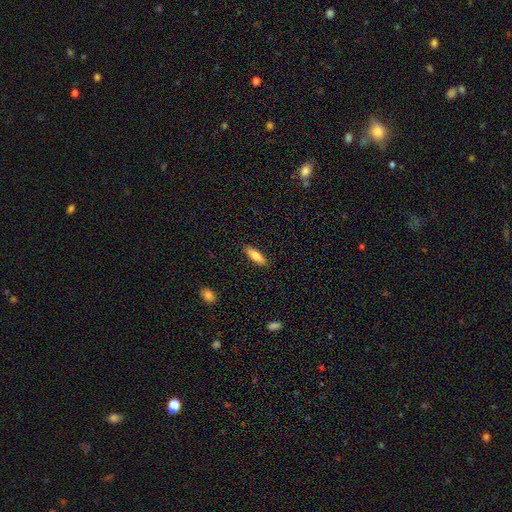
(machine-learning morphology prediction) smooth-or-featured: smooth: 81% | featured or disk: 13% | star or artifact: 6%
  how-rounded: cigar-shaped: 50% | in between: 49% | round: 2%
  merging: none: 88% | minor disturbance: 9% | major disturbance: 2% | merger: 1%